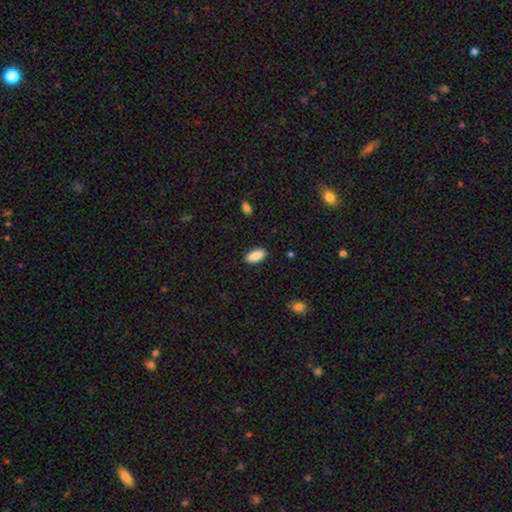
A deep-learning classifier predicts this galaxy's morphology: Overall: smooth (89%). How rounded: in between (89%). Merging: none (89%).